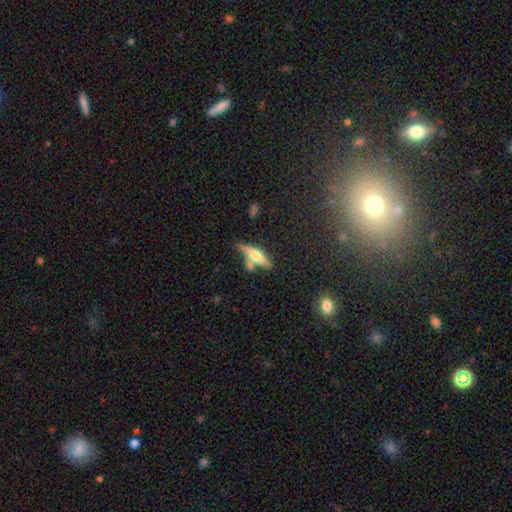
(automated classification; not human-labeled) Overall: featured or disk (47%; smooth 44%). Merging: none (57%; merger 23%).